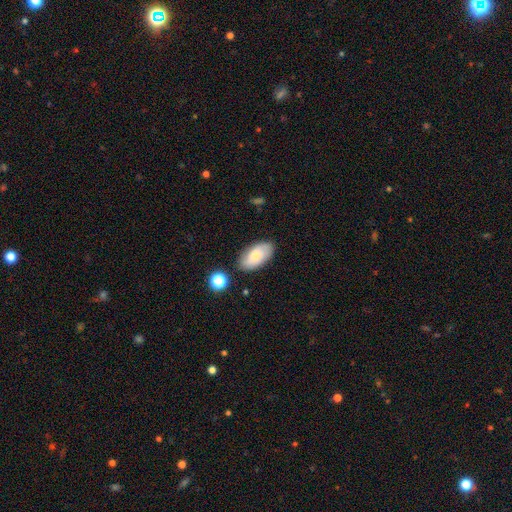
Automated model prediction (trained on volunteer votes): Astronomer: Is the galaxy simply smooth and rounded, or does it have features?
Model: smooth — 66%.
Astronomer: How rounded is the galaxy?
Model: in between — 93%.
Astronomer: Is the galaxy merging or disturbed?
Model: none — 80%.